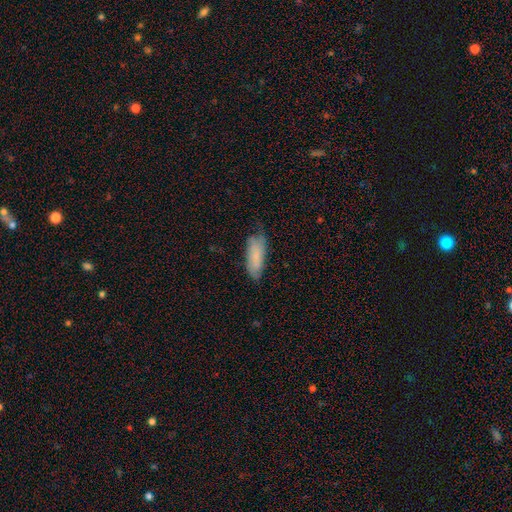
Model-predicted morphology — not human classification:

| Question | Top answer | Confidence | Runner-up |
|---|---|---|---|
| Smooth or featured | smooth | 74% | featured or disk (19%) |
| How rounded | in between | 67% | cigar-shaped (32%) |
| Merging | none | 58% | minor disturbance (32%) |